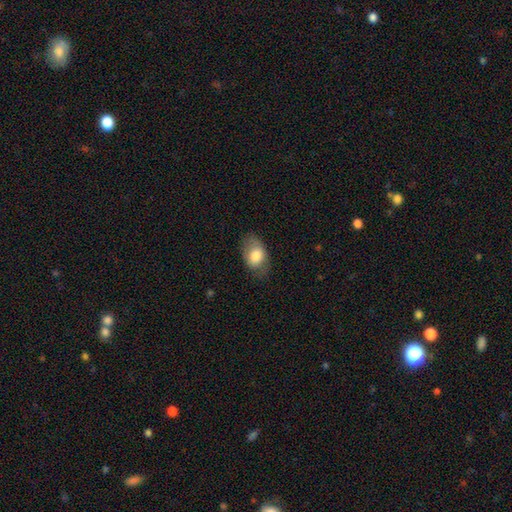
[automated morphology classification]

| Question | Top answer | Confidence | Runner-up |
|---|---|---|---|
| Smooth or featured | smooth | 76% | featured or disk (18%) |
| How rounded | in between | 85% | round (14%) |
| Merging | none | 71% | minor disturbance (20%) |